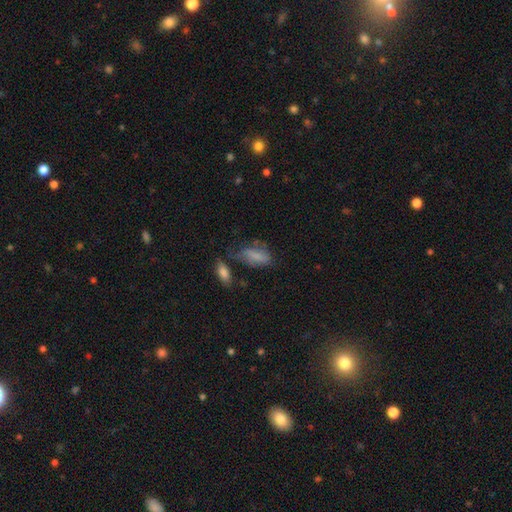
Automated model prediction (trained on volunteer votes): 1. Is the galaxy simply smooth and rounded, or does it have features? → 68% smooth, 21% featured or disk, 11% star or artifact.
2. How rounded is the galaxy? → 82% in between, 13% cigar-shaped, 5% round.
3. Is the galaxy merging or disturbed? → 39% none, 29% minor disturbance, 22% major disturbance, 10% merger.